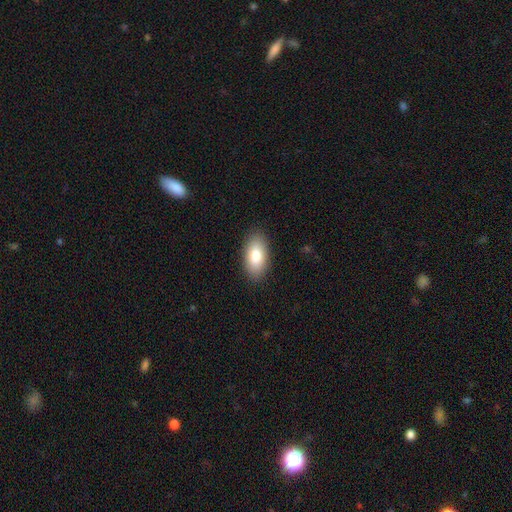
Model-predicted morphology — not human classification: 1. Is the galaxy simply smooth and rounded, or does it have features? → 83% smooth, 10% featured or disk, 7% star or artifact.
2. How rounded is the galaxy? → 94% in between, 3% cigar-shaped, 3% round.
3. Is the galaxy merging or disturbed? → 88% none, 9% minor disturbance, 2% major disturbance, 1% merger.